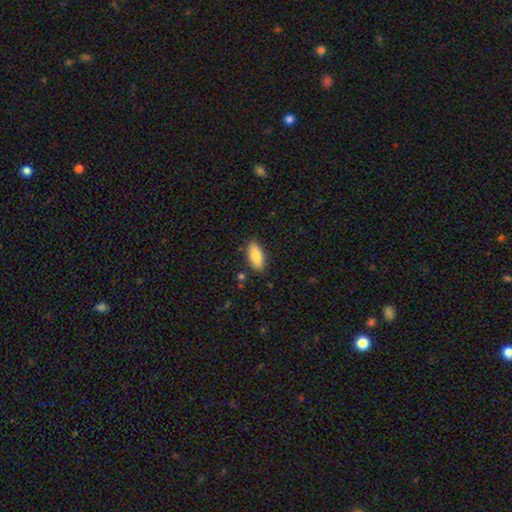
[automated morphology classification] This is clearly a smooth galaxy (84%). How rounded: clearly in between (85%). Merging: clearly none (85%).